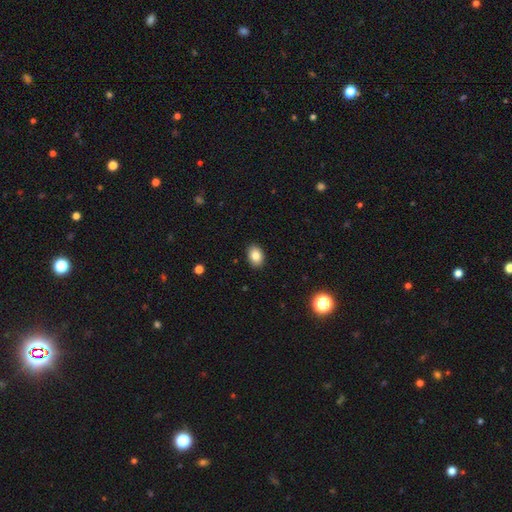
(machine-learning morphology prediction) smooth_or_featured: smooth (p=0.84) [alt: star or artifact p=0.09]
how_rounded: in between (p=0.78) [alt: round p=0.21]
merging: none (p=0.90) [alt: minor disturbance p=0.08]